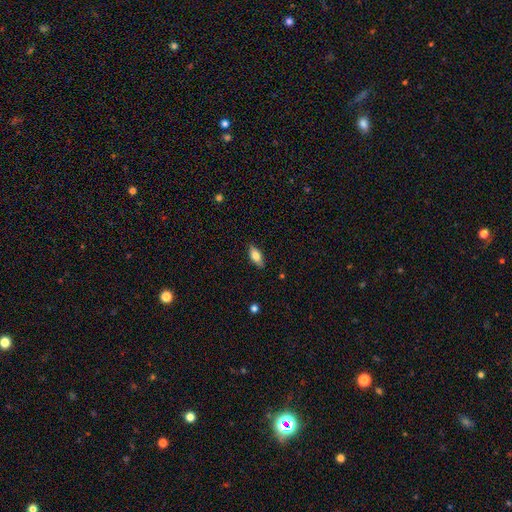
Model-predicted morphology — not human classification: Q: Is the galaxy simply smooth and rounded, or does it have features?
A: smooth — 70%.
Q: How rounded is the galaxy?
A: in between — 80%.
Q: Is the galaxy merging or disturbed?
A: none — 86%.